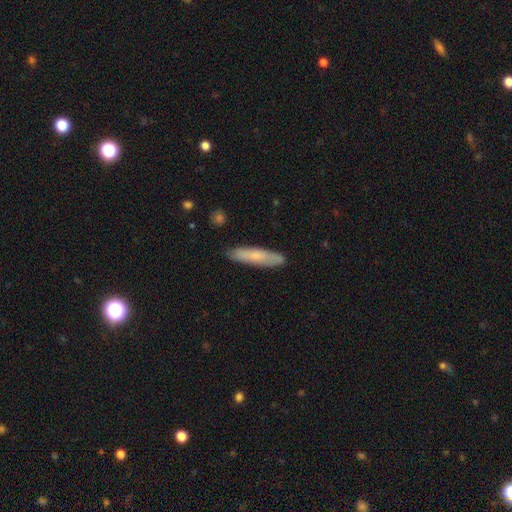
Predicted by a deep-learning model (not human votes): The model was most divided on "smooth or featured": smooth: 69%, featured or disk: 25%, star or artifact: 6%. More confident: merging — none (86%); how rounded — cigar-shaped (82%).